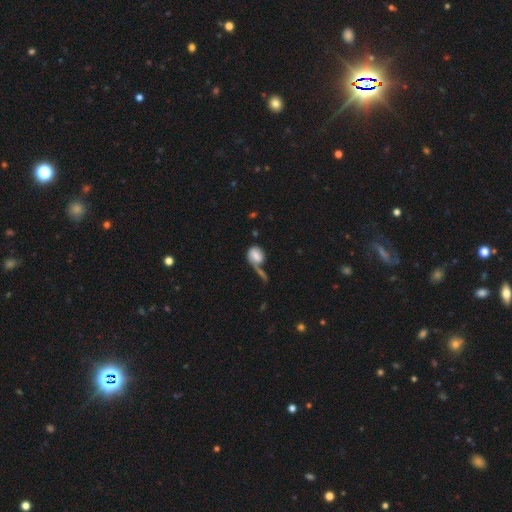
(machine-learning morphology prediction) smooth_or_featured: smooth (p=0.62) [alt: featured or disk p=0.30]
how_rounded: in between (p=0.53) [alt: round p=0.44]
merging: merger (p=0.30) [tied with: none p=0.30]